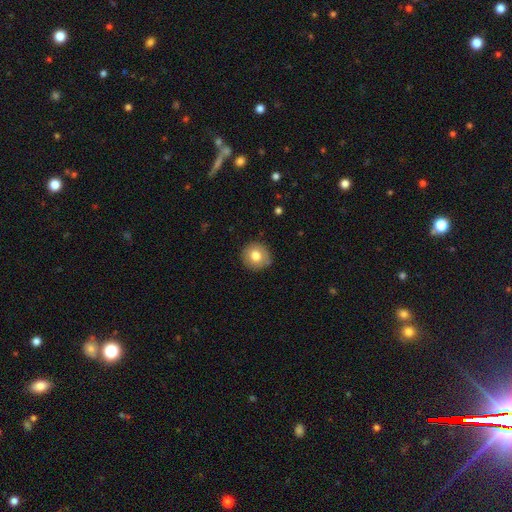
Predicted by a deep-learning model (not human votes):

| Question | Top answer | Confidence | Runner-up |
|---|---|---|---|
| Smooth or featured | smooth | 79% | featured or disk (12%) |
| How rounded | round | 93% | in between (6%) |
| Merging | none | 87% | minor disturbance (9%) |